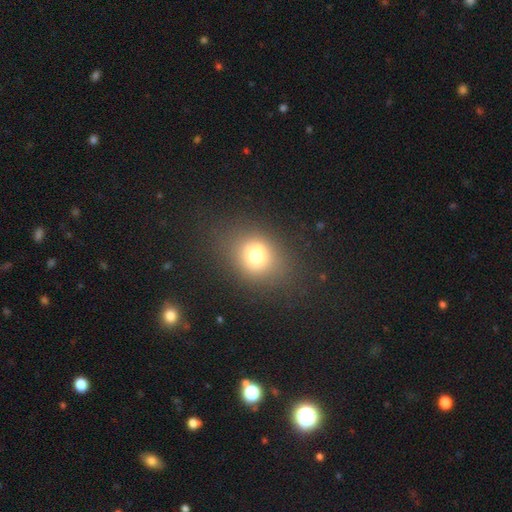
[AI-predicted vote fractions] A smooth galaxy with no disk features (69%) that is round (55%).

Vote fractions:
- Smooth or featured? smooth: 69% / featured or disk: 16% / star or artifact: 16%
- How rounded? round: 55% / in between: 43% / cigar-shaped: 1%
- Merging? none: 70% / minor disturbance: 15% / major disturbance: 8% / merger: 7%